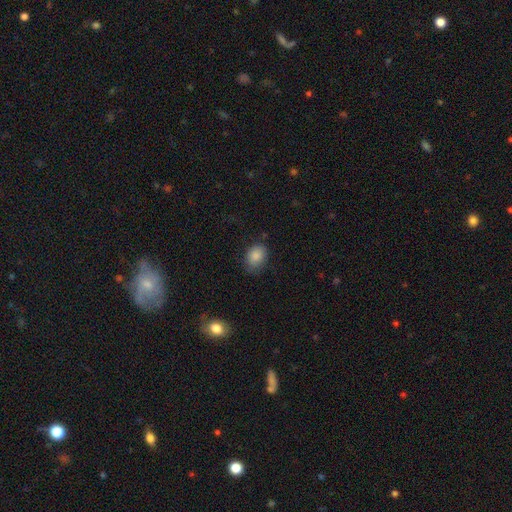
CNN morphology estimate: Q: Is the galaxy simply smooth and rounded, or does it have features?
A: smooth — 86%.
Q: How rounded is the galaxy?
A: in between — 68%.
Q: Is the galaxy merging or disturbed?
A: none — 71%.